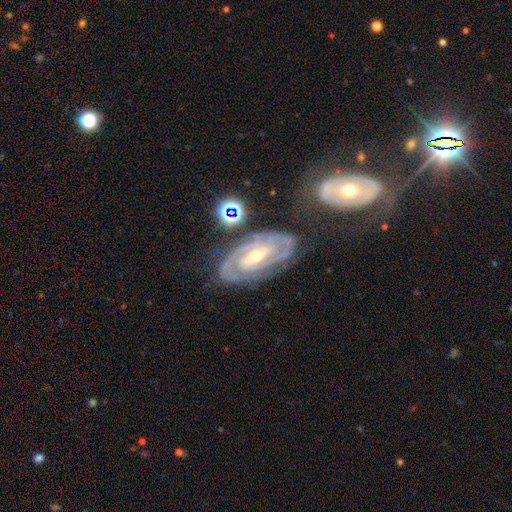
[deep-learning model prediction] Morphology: type=featured or disk (87%); edge-on=no (94%); bar=weak (37%); spiral arms=yes (94%); winding=tight (73%); arm count=2 (56%); bulge=small (49%); merging=none (69%).